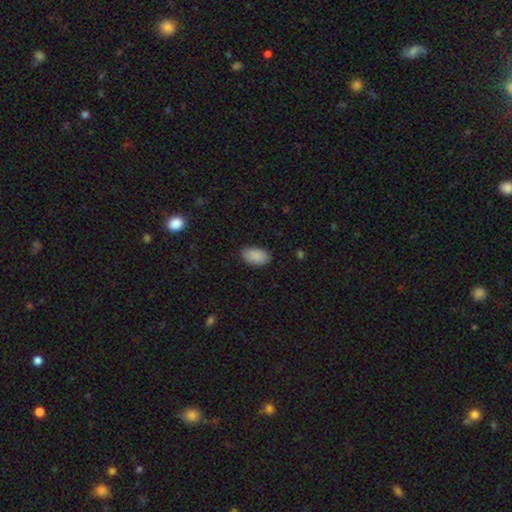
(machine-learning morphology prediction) Smooth or featured? Predicted: smooth (p=0.90). How rounded? Predicted: in between (p=0.94). Merging? Predicted: none (p=0.87).